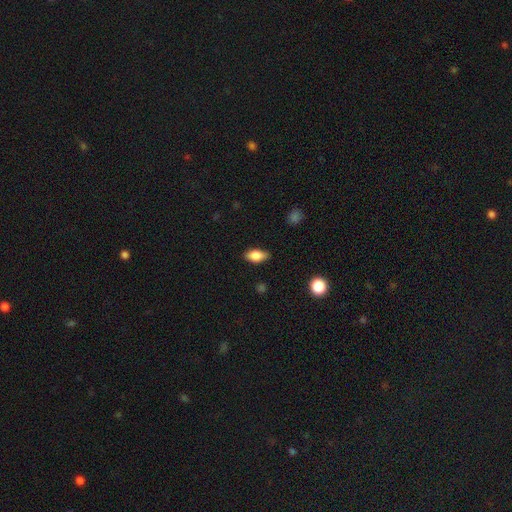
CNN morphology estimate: This is clearly a smooth galaxy (82%). How rounded: clearly in between (88%). Merging: clearly none (81%).